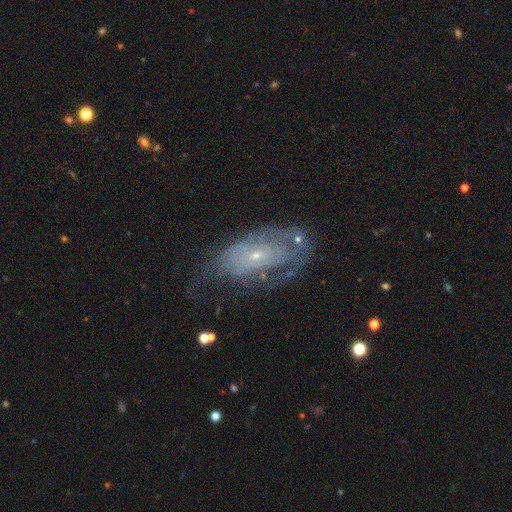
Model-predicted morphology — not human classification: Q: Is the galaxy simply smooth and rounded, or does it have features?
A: featured or disk — 64%.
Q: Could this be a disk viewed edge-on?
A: no — 91%.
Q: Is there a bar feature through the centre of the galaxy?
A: no — 82%.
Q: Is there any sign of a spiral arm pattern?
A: yes — 59%.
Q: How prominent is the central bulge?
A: small — 82%.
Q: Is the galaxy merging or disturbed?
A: none — 44%.